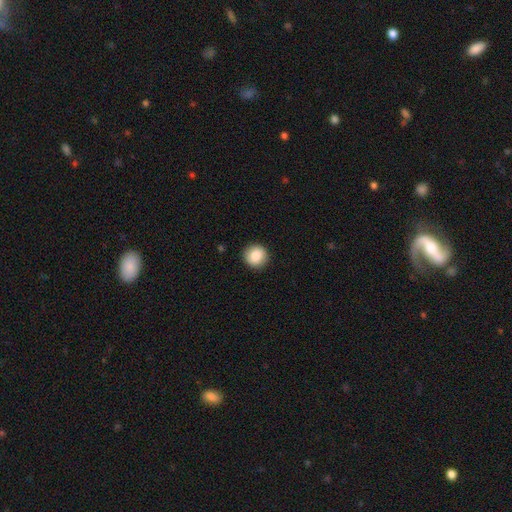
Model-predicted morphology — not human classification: Smooth or featured? Predicted: smooth (p=0.86). How rounded? Predicted: round (p=0.92). Merging? Predicted: none (p=0.91).